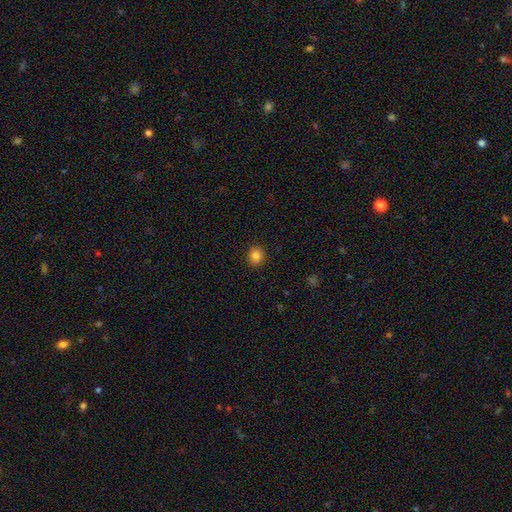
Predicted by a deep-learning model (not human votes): Smooth or featured: smooth — 84% (star or artifact — 11%)
How rounded: round — 85% (in between — 14%)
Merging: none — 91% (minor disturbance — 6%)